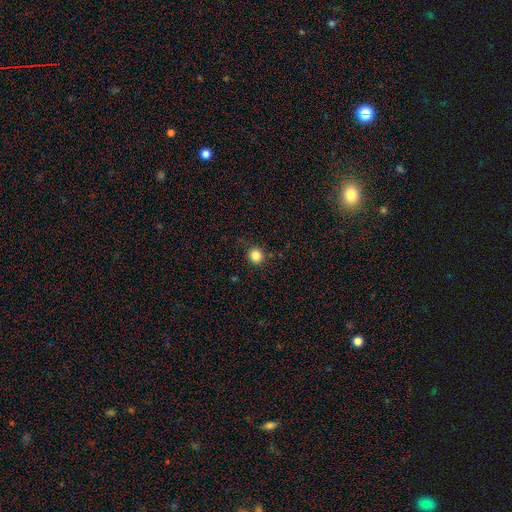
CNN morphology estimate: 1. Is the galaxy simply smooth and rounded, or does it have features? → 84% smooth, 12% star or artifact, 4% featured or disk.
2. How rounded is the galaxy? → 92% round, 7% in between, 1% cigar-shaped.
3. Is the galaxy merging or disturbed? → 89% none, 8% minor disturbance, 2% major disturbance, 1% merger.